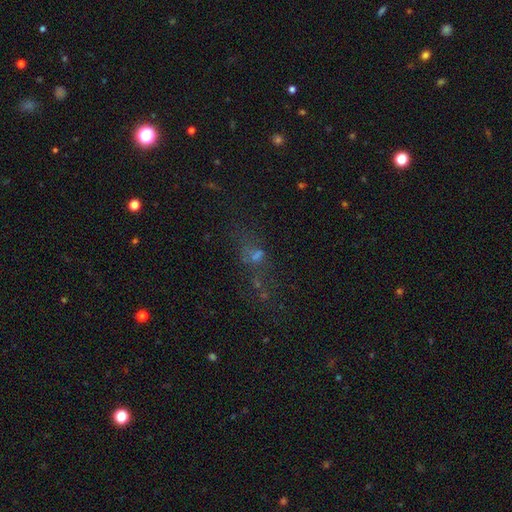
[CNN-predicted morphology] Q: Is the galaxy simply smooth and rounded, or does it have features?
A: smooth — 35%.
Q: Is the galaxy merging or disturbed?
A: none — 46%.